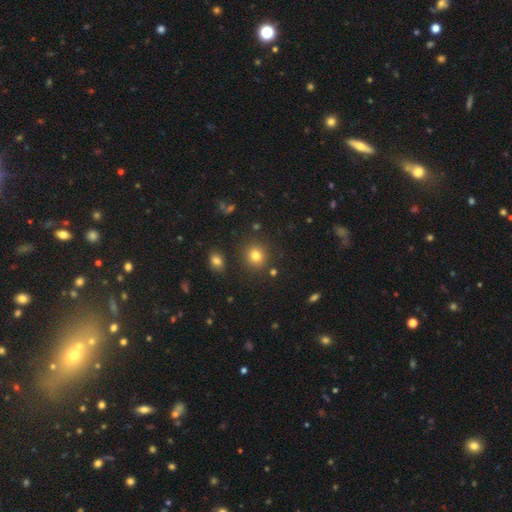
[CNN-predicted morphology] Overall: smooth (79%). How rounded: round (85%). Merging: none (86%).